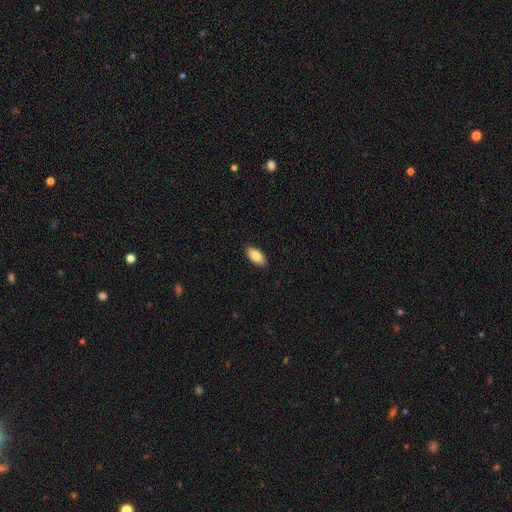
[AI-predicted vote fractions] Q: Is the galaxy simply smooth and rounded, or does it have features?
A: smooth — 84%.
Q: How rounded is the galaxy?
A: in between — 92%.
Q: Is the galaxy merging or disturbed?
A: none — 90%.